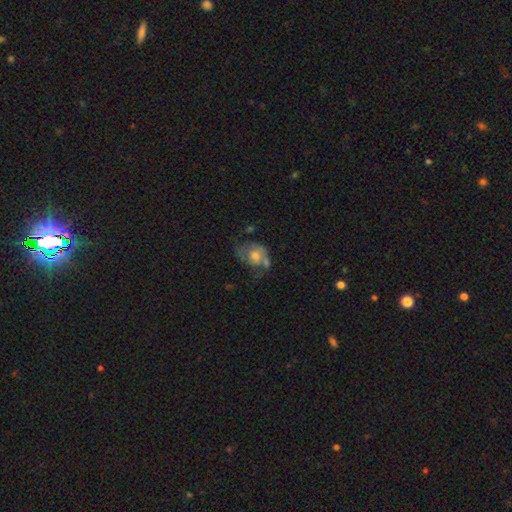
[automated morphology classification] Q: Smooth or featured?
A: featured or disk (53%); runner-up: smooth (37%)
Q: Edge-on disk?
A: no (97%); runner-up: yes (3%)
Q: Bar?
A: no (77%); runner-up: weak (20%)
Q: Spiral arms?
A: yes (62%); runner-up: no (38%)
Q: Bulge size?
A: moderate (56%); runner-up: large (21%)
Q: Merging?
A: none (34%); runner-up: major disturbance (27%)